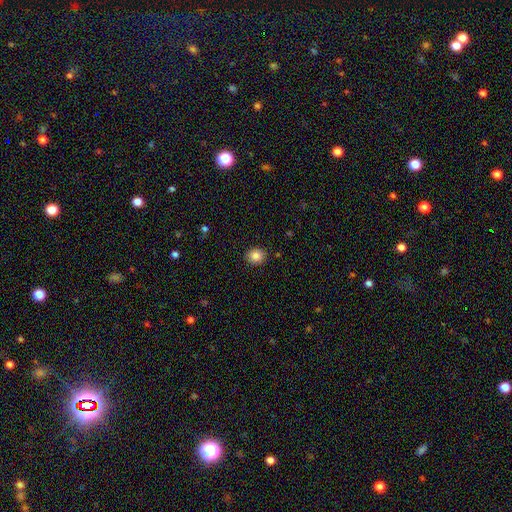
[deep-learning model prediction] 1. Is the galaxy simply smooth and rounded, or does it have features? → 85% smooth, 10% star or artifact, 5% featured or disk.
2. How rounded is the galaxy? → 73% round, 26% in between, 1% cigar-shaped.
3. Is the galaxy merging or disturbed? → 90% none, 7% minor disturbance, 2% major disturbance, 1% merger.